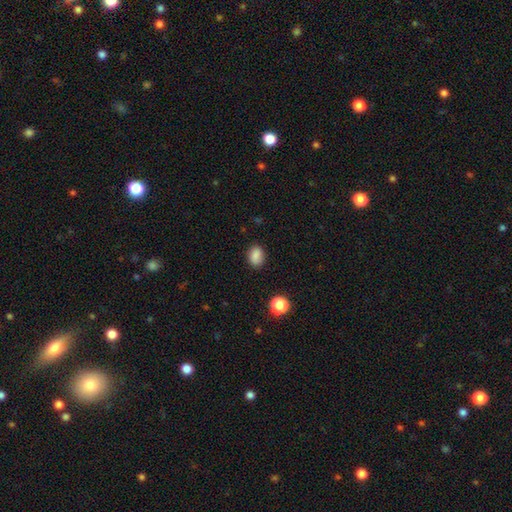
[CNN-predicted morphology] Smooth or featured: smooth — 85% (star or artifact — 10%)
How rounded: in between — 67% (round — 32%)
Merging: none — 81% (minor disturbance — 14%)